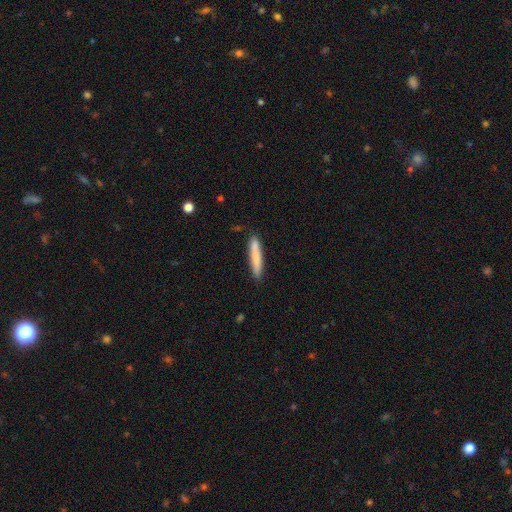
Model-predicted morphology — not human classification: A smooth galaxy with no disk features (79%) that is cigar-shaped (92%). Merging: none (86%).